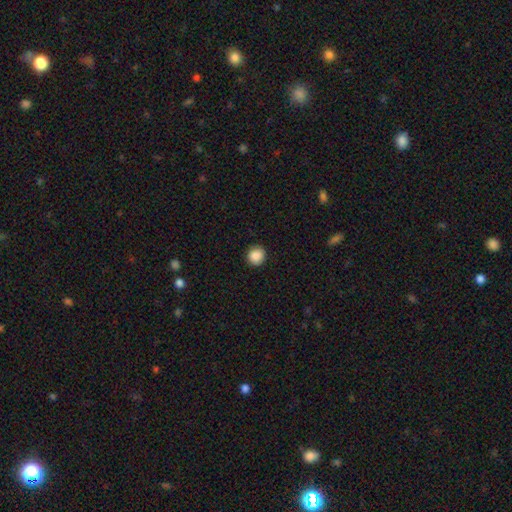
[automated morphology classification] smooth 89%, star or artifact 9%, featured or disk 3%. Down the decision tree: how rounded — round (90%); merging — none (90%).